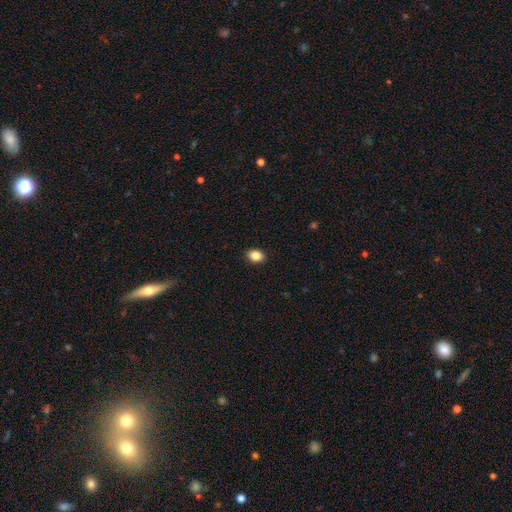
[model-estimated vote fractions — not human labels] This is clearly a smooth galaxy (86%). How rounded: possibly in between (60%). Merging: clearly none (90%).